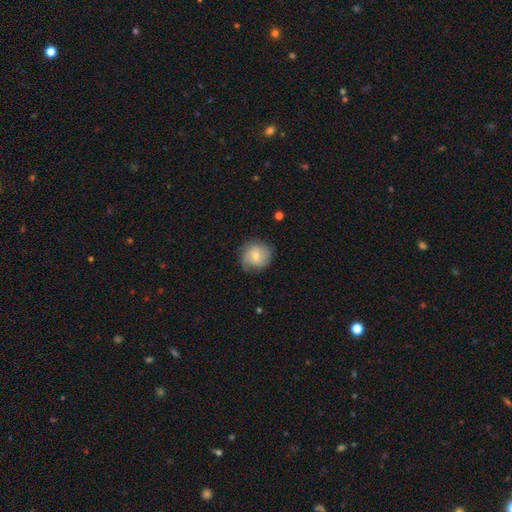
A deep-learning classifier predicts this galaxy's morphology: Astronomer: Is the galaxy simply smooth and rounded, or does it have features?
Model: smooth — 62%.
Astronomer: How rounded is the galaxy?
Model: round — 86%.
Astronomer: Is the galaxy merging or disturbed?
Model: none — 74%.